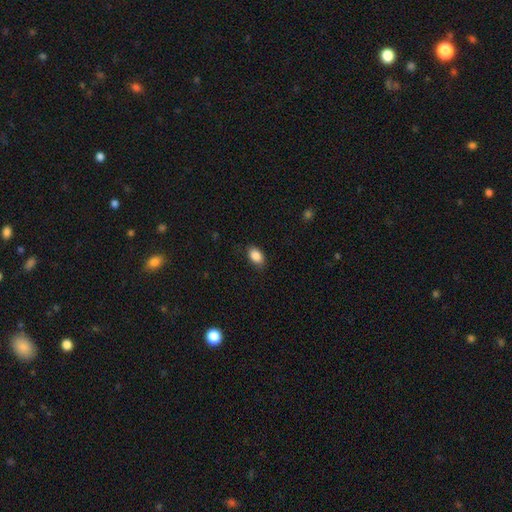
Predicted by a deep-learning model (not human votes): Smooth or featured: smooth — 88% (star or artifact — 8%)
How rounded: in between — 86% (round — 13%)
Merging: none — 83% (minor disturbance — 13%)